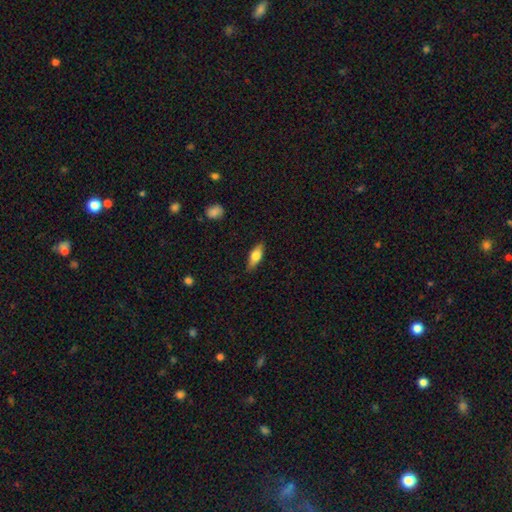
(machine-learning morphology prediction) Smooth or featured? Predicted: smooth (p=0.64). How rounded? Predicted: in between (p=0.66). Merging? Predicted: none (p=0.84).